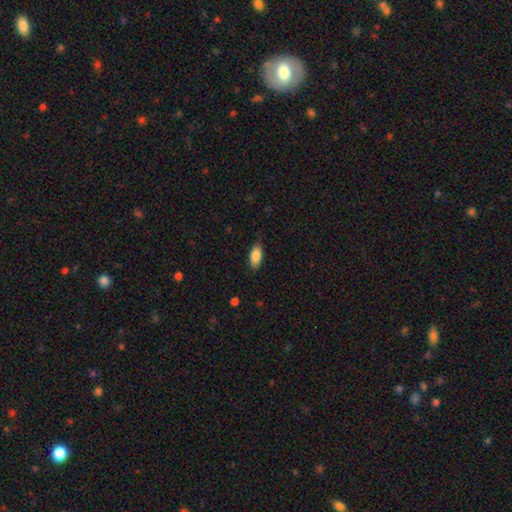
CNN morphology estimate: A smooth galaxy with no disk features (84%) that is in between round and cigar-shaped (89%). Merging: none (82%).